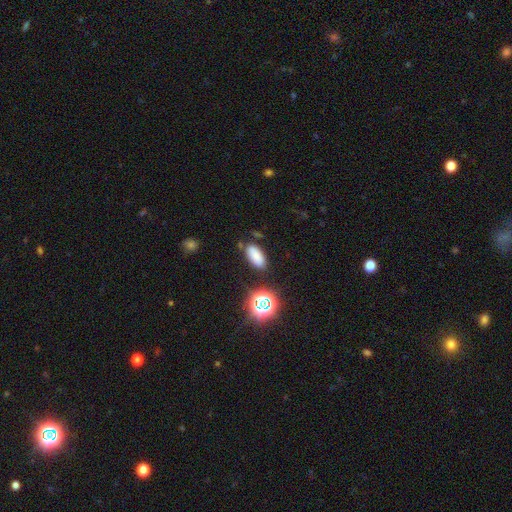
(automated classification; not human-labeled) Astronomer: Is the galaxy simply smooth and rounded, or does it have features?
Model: smooth — 76%.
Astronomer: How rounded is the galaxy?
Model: in between — 87%.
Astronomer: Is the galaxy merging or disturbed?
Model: none — 80%.